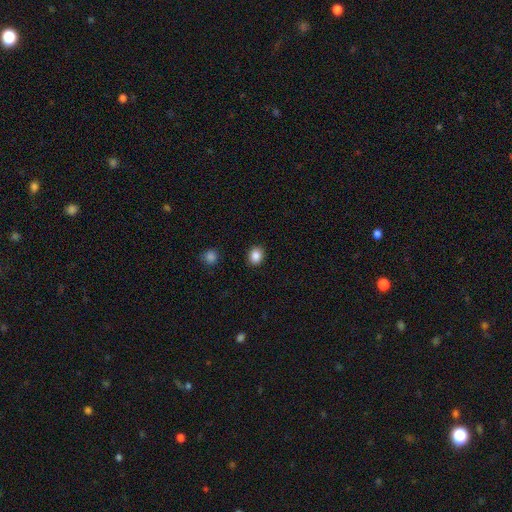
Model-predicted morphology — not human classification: Q: Smooth or featured?
A: smooth (87%); runner-up: star or artifact (10%)
Q: How rounded?
A: round (57%); runner-up: in between (42%)
Q: Merging?
A: none (90%); runner-up: minor disturbance (7%)